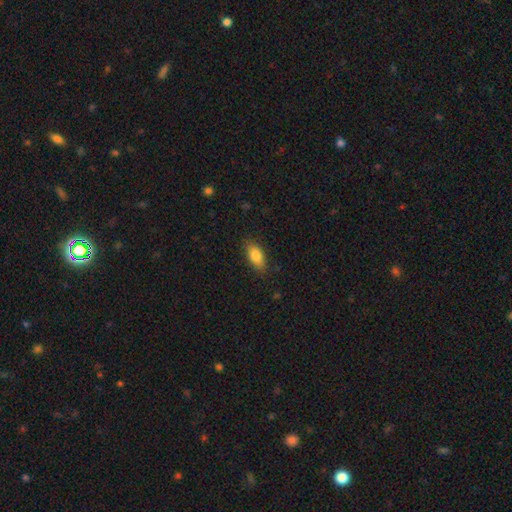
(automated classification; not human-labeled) smooth 82%, featured or disk 11%, star or artifact 7%. Down the decision tree: how rounded — in between (86%); merging — none (83%).